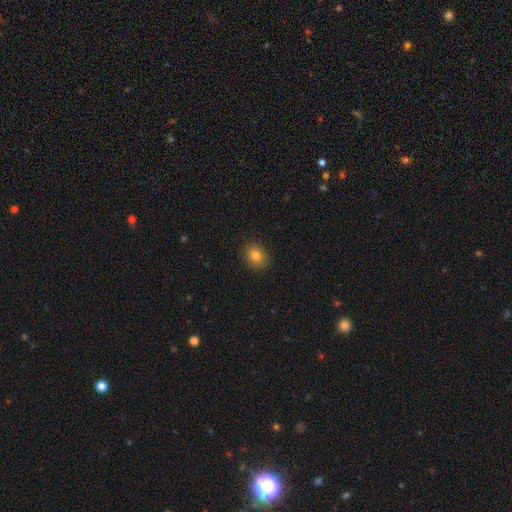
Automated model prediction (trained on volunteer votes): This is clearly a smooth galaxy (81%). How rounded: possibly in between (52%). Merging: clearly none (89%).